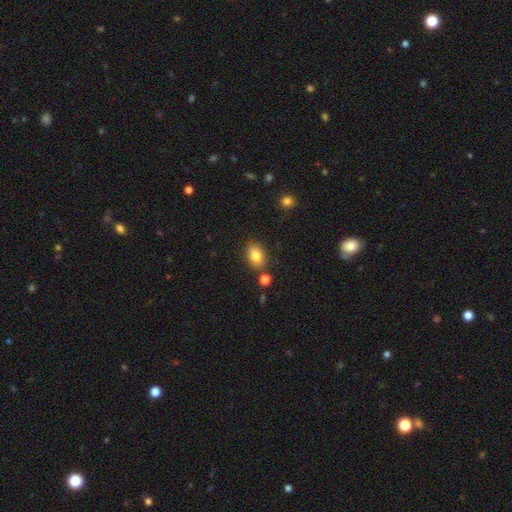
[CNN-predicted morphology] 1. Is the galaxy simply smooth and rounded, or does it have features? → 82% smooth, 9% star or artifact, 8% featured or disk.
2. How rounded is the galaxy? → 73% in between, 25% round, 1% cigar-shaped.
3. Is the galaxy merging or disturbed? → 79% none, 11% minor disturbance, 7% merger, 3% major disturbance.